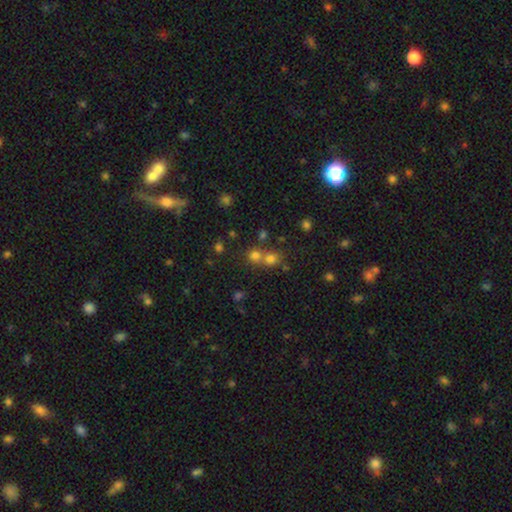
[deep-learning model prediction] smooth_or_featured: smooth (p=0.70) [alt: star or artifact p=0.21]
how_rounded: round (p=0.85) [alt: in between p=0.13]
merging: none (p=0.50) [alt: merger p=0.41]